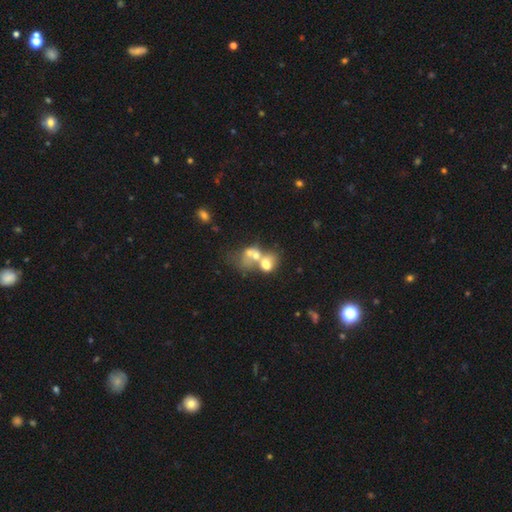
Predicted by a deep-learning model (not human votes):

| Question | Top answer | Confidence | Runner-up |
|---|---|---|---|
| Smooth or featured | smooth | 54% | featured or disk (33%) |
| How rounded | round | 50% | in between (48%) |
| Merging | merger | 69% | none (16%) |